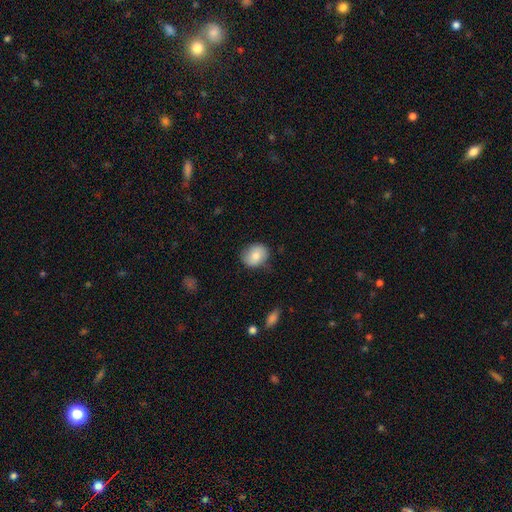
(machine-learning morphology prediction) Smooth or featured? Predicted: smooth (p=0.81). How rounded? Predicted: round (p=0.52). Merging? Predicted: none (p=0.74).